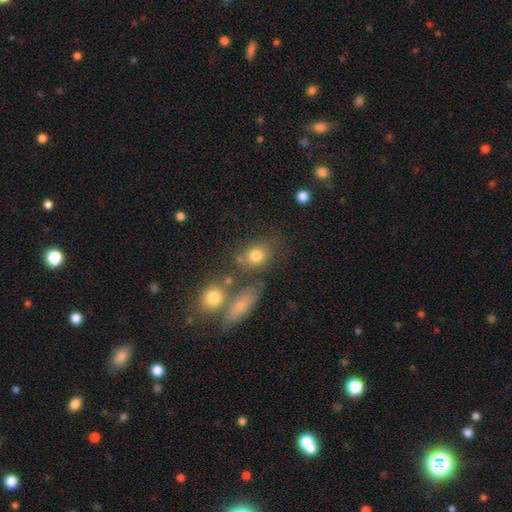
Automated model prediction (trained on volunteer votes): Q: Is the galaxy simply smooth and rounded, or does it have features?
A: smooth — 77%.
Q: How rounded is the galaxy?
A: round — 52%.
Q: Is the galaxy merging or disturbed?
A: none — 62%.